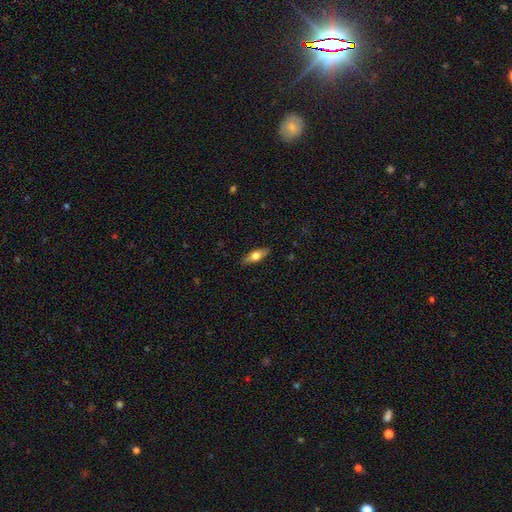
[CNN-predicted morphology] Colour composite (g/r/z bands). It shows a smooth galaxy with no disk features (58%) that is in between round and cigar-shaped (63%). Merging: none (86%).